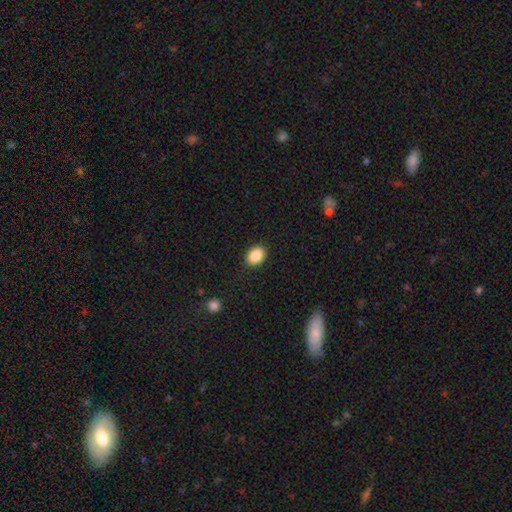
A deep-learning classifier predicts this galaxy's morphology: type=smooth (88%); roundness=in between (67%); merging=none (90%).